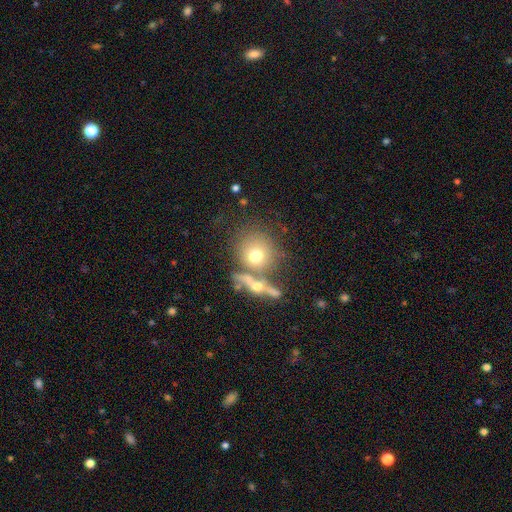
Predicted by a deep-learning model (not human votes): The model was most divided on "merging": none: 49%, merger: 32%, minor disturbance: 12%, major disturbance: 7%. More confident: how rounded — round (85%); smooth or featured — smooth (63%).